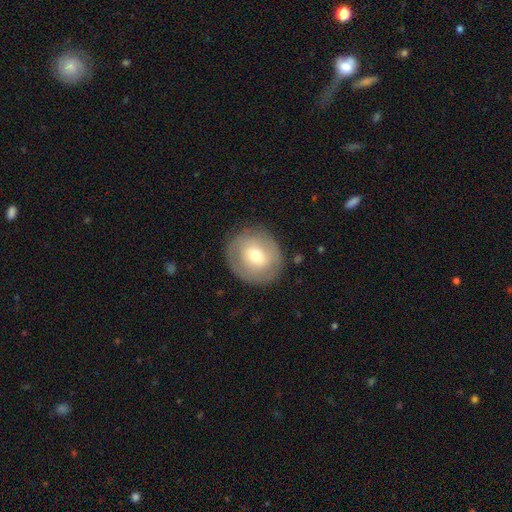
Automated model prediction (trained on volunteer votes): smooth_or_featured: smooth (p=0.54) [alt: featured or disk p=0.38]
how_rounded: round (p=0.84) [alt: in between p=0.15]
merging: none (p=0.82) [alt: minor disturbance p=0.12]